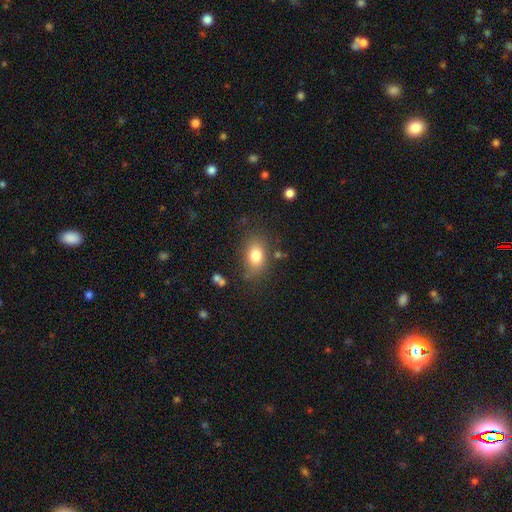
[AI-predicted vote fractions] smooth 79%, featured or disk 11%, star or artifact 9%. Down the decision tree: how rounded — in between (81%); merging — none (75%).